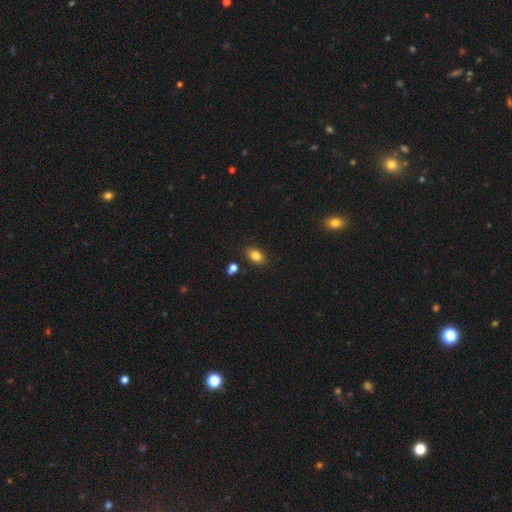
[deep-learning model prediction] Smooth or featured? Predicted: smooth (p=0.81). How rounded? Predicted: in between (p=0.83). Merging? Predicted: none (p=0.84).